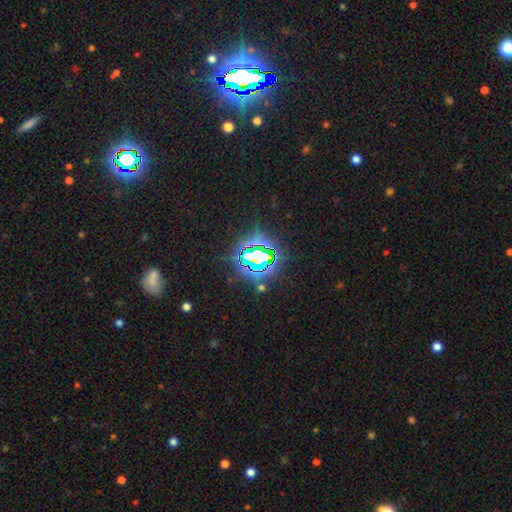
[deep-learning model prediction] This appears to be a star or artifact, not a galaxy (80%).